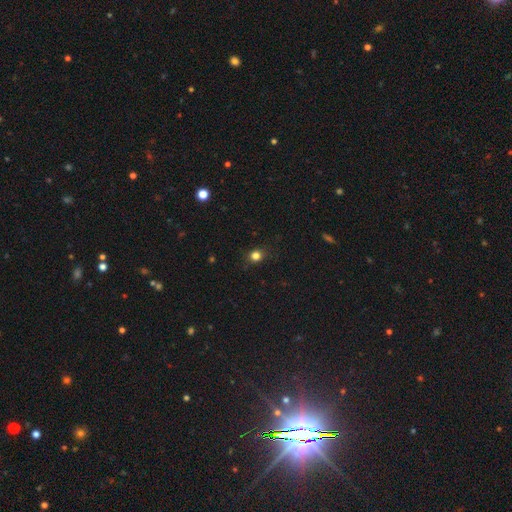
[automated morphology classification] Smooth or featured?
  - smooth: 80% *
  - star or artifact: 16%
  - featured or disk: 5%
How rounded?
  - round: 82% *
  - in between: 17%
  - cigar-shaped: 1%
Merging?
  - none: 86% *
  - minor disturbance: 10%
  - major disturbance: 3%
  - merger: 1%